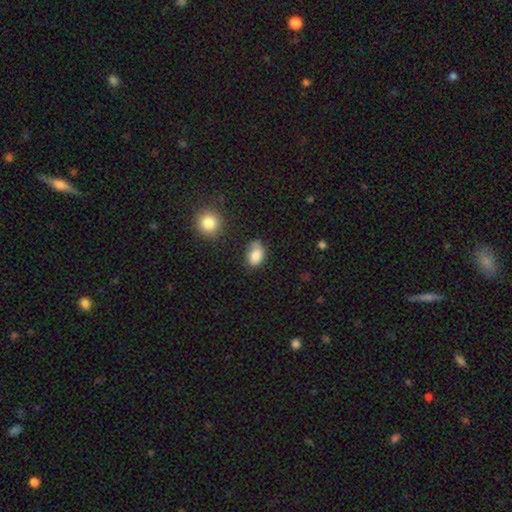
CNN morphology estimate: Smooth or featured? smooth (79%)
How rounded? in between (84%)
Merging? none (52%)